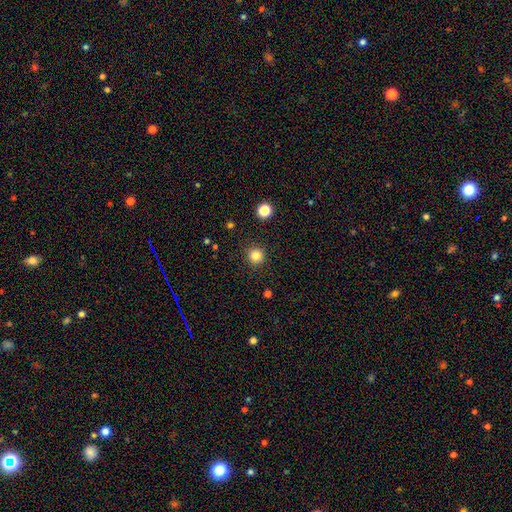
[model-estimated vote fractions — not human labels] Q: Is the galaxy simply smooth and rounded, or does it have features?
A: smooth — 83%.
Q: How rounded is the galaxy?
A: round — 95%.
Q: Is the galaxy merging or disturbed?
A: none — 91%.